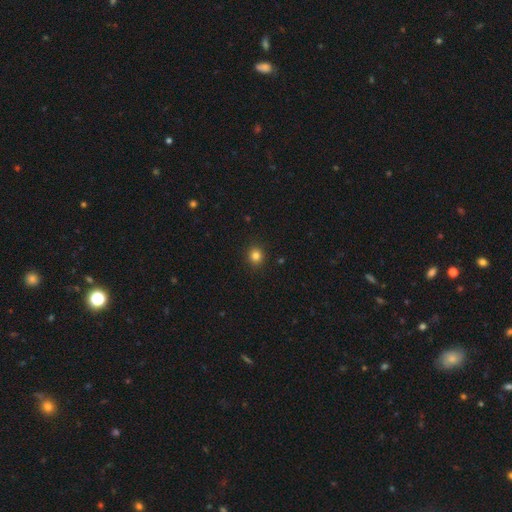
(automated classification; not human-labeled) Overall: smooth (83%). How rounded: round (85%). Merging: none (91%).